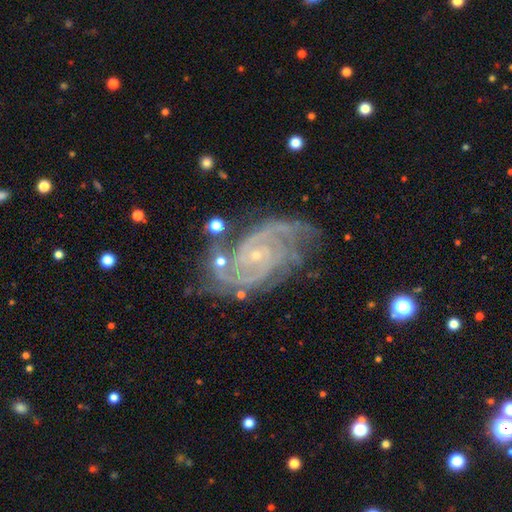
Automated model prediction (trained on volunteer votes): Smooth or featured? Predicted: featured or disk (p=0.92). Edge-on disk? Predicted: no (p=0.97). Bar? Predicted: no (p=0.67). Spiral arms? Predicted: yes (p=0.98). Spiral winding? Predicted: tight (p=0.62). Spiral arm count? Predicted: 2 (p=0.42). Bulge size? Predicted: small (p=0.86). Merging? Predicted: none (p=0.68).